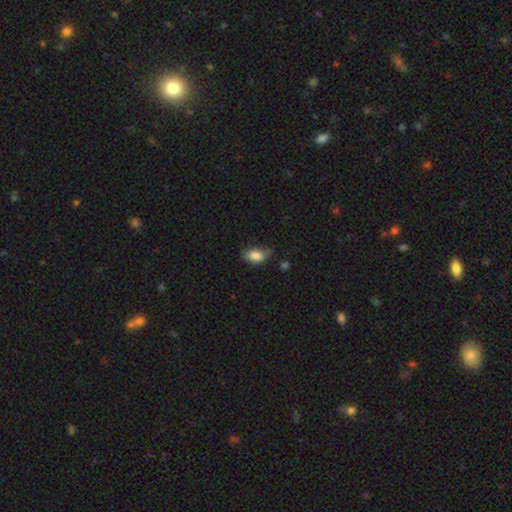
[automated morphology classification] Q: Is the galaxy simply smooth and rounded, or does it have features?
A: smooth — 84%.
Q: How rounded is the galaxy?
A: in between — 88%.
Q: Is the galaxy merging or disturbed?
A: none — 55%.